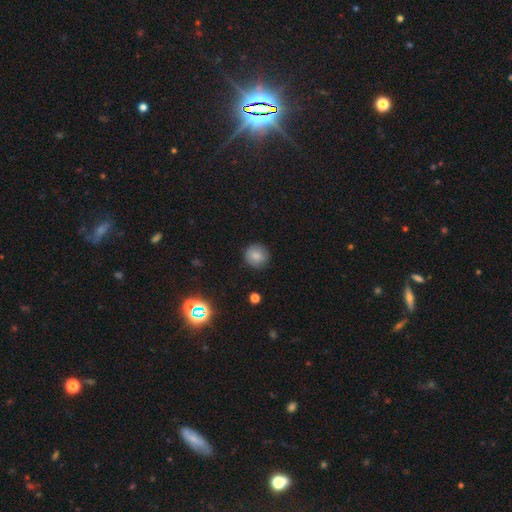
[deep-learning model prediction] Smooth or featured? smooth (81%)
How rounded? round (91%)
Merging? none (87%)